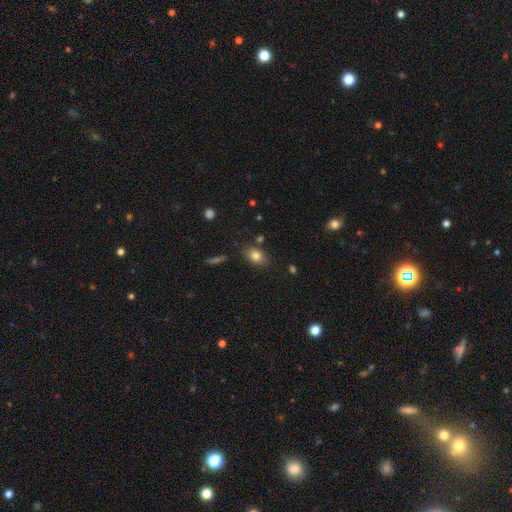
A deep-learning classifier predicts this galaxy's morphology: This appears to be a smooth galaxy with no disk features (80%) that is in between round and cigar-shaped (77%). Merging: none (79%).